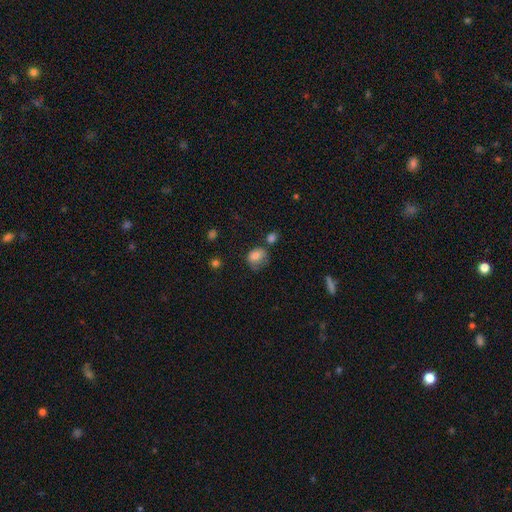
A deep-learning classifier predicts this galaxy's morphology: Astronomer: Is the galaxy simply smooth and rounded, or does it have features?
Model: smooth — 79%.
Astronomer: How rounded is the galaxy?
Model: round — 50% (runner-up: in between, 49%).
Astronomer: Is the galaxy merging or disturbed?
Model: none — 49% (runner-up: minor disturbance, 29%).